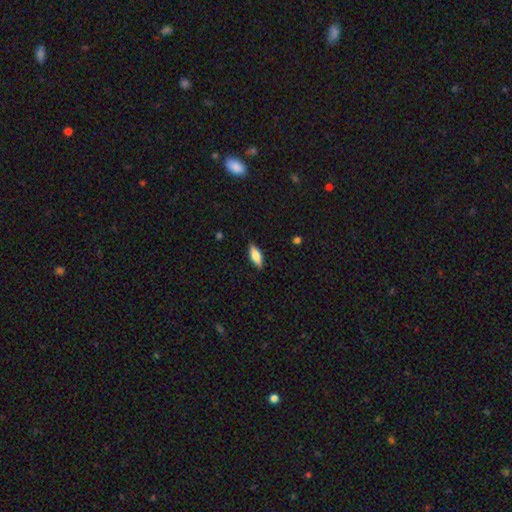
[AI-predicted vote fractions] A smooth galaxy with no disk features (73%) that is in between round and cigar-shaped (71%). Merging: none (87%).